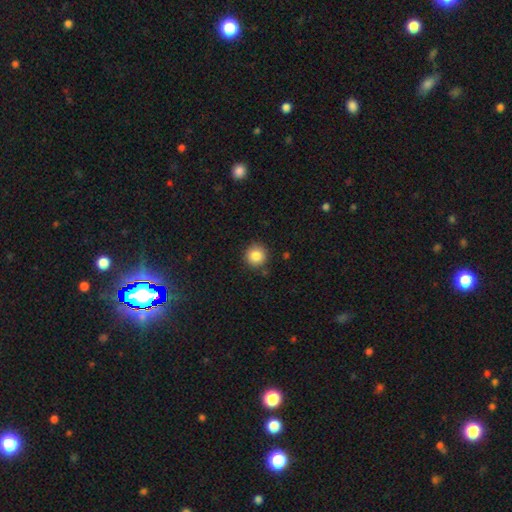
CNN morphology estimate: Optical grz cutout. It shows a smooth galaxy with no disk features (85%) that is round (94%). Merging: none (88%).